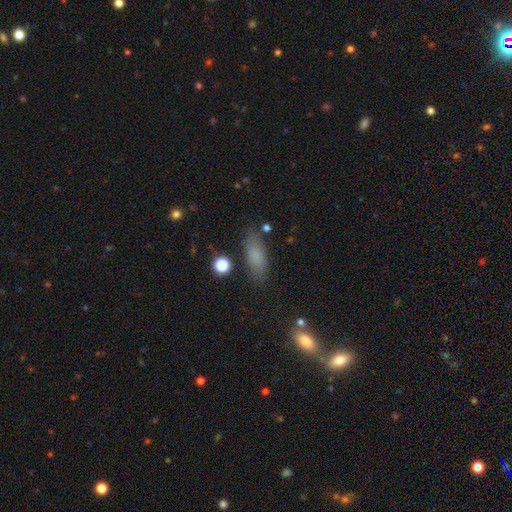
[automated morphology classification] This appears to be a smooth galaxy with no disk features (80%) that is in between round and cigar-shaped (66%). Merging: none (81%).